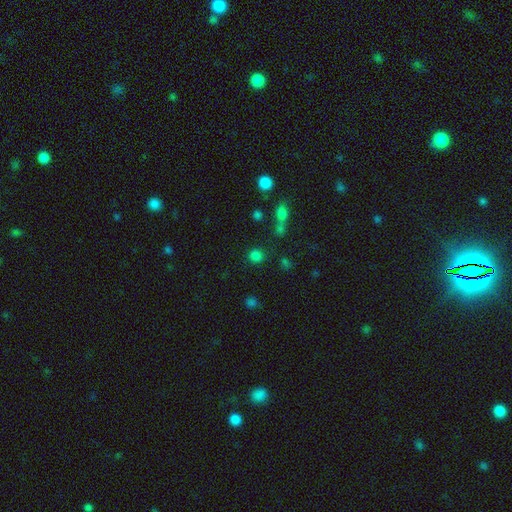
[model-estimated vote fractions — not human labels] This is likely a smooth galaxy (77%). How rounded: clearly round (84%). Merging: likely none (78%).